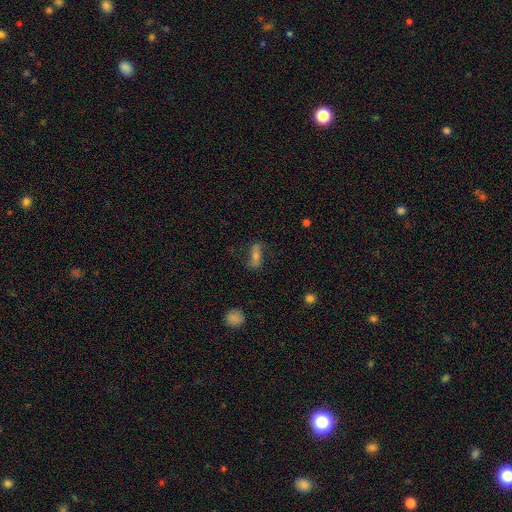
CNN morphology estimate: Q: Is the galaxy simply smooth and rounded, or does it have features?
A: smooth — 52%.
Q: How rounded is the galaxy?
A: in between — 68%.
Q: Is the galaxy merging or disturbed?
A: none — 69%.